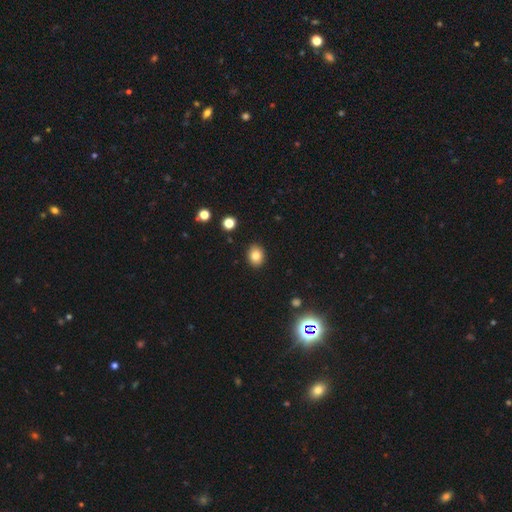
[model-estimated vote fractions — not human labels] This is clearly a smooth galaxy (82%). How rounded: possibly round (52%). Merging: clearly none (90%).